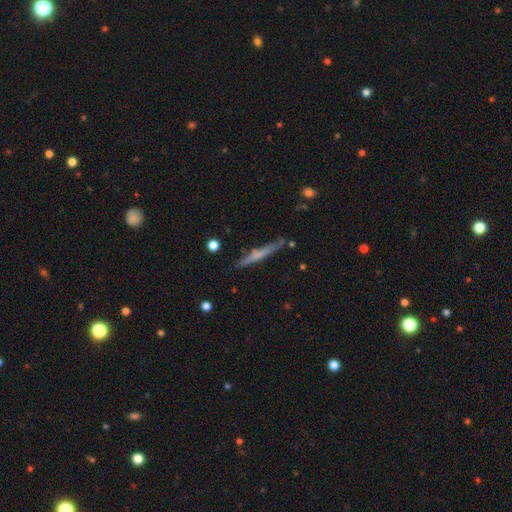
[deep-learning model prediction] smooth-or-featured: featured or disk: 51% | smooth: 42% | star or artifact: 7%
  disk-edge-on: yes: 95% | no: 5%
  merging: none: 83% | minor disturbance: 12% | merger: 3% | major disturbance: 2%